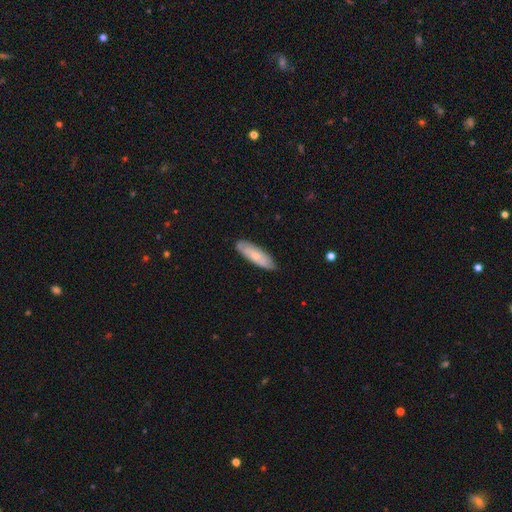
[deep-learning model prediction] Smooth or featured?
  - smooth: 63% *
  - featured or disk: 32%
  - star or artifact: 6%
How rounded?
  - in between: 52% *
  - cigar-shaped: 46%
  - round: 2%
Merging?
  - none: 82% *
  - minor disturbance: 14%
  - major disturbance: 2%
  - merger: 1%